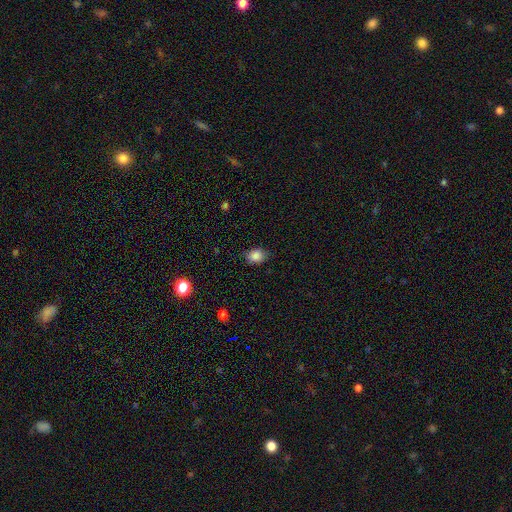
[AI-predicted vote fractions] Smooth or featured? smooth (85%)
How rounded? in between (62%)
Merging? none (82%)